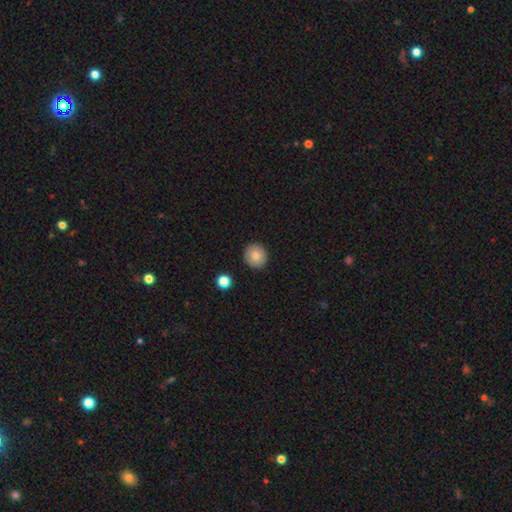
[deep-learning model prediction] smooth 84%, star or artifact 9%, featured or disk 8%. Down the decision tree: how rounded — round (93%); merging — none (92%).